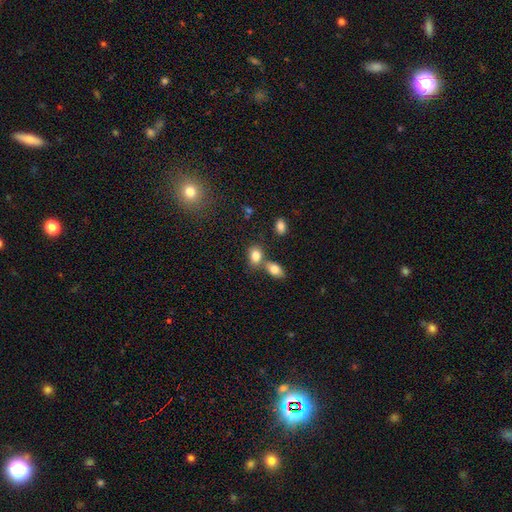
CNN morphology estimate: smooth 81%, star or artifact 10%, featured or disk 9%. Down the decision tree: how rounded — in between (66%); merging — none (51%).